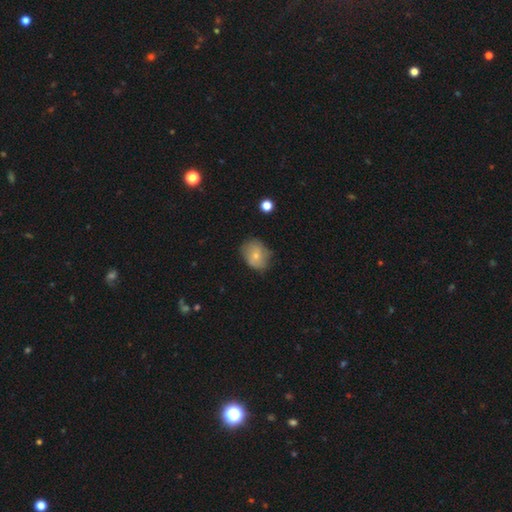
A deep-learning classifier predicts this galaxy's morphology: type=smooth (69%); roundness=in between (51%); merging=none (66%).